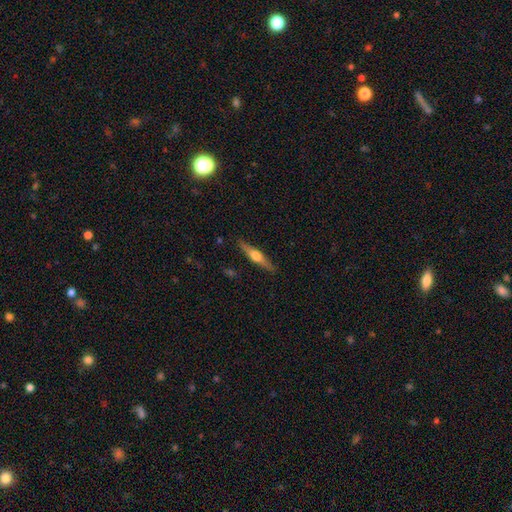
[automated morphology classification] A featured or disk galaxy (59%) viewed edge-on (96%) with a rounded central bulge (92%). Merging: none (88%).